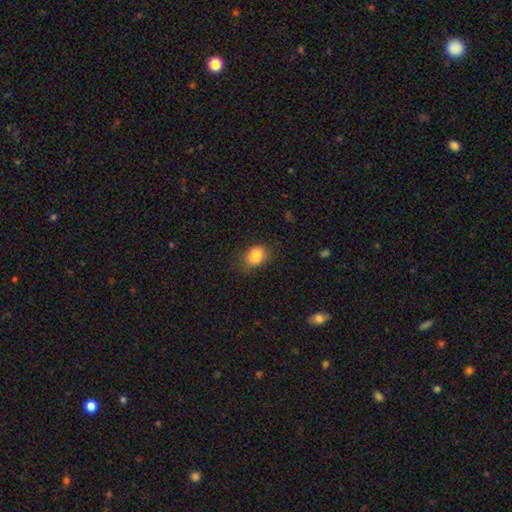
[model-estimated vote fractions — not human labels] Smooth or featured: smooth — 86% (star or artifact — 9%)
How rounded: in between — 68% (round — 31%)
Merging: none — 72% (minor disturbance — 21%)